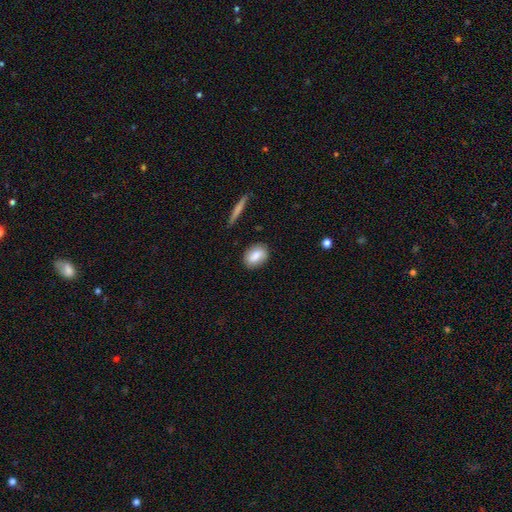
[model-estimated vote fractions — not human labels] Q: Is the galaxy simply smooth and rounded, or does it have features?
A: smooth — 80%.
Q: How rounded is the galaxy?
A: in between — 78%.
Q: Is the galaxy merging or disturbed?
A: none — 84%.